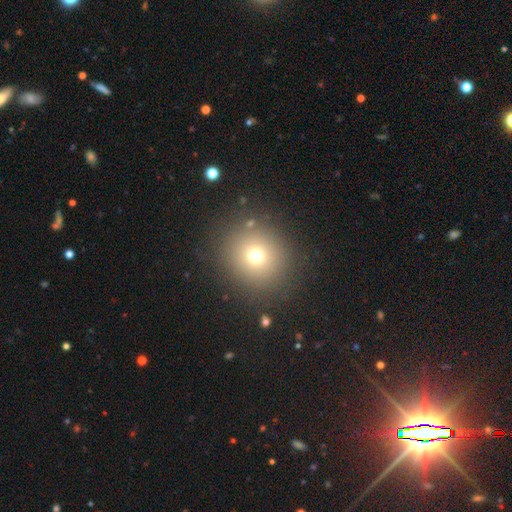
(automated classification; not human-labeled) Overall: smooth (69%). How rounded: round (91%). Merging: none (86%).